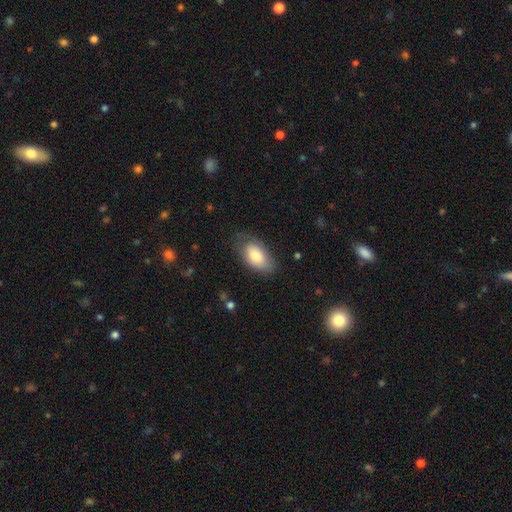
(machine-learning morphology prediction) Smooth or featured? Predicted: smooth (p=0.80). How rounded? Predicted: in between (p=0.93). Merging? Predicted: none (p=0.67).